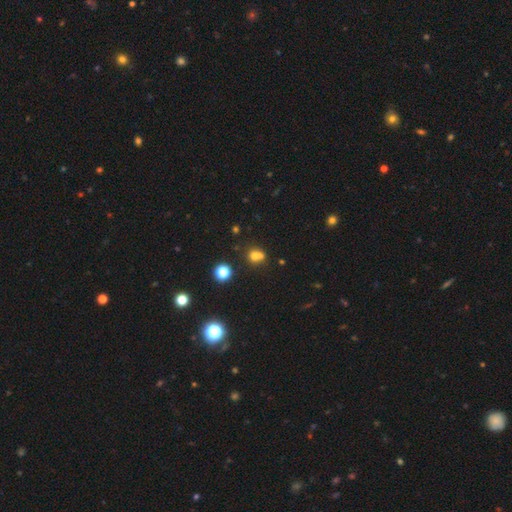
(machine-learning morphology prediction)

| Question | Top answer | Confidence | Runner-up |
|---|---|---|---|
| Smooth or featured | smooth | 67% | star or artifact (19%) |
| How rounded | round | 61% | in between (37%) |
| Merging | none | 40% | merger (38%) |